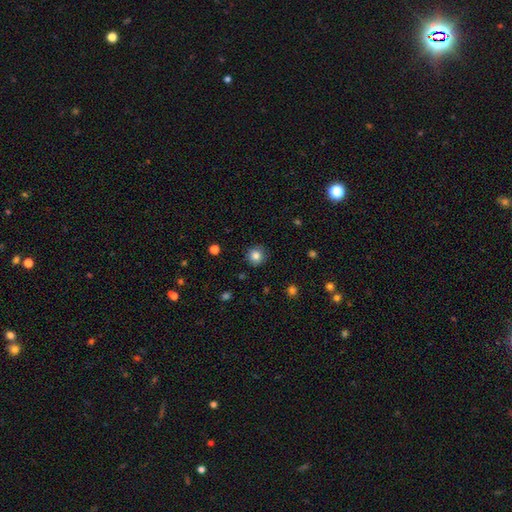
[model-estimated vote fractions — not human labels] Q: Smooth or featured?
A: smooth (84%); runner-up: star or artifact (11%)
Q: How rounded?
A: round (93%); runner-up: in between (6%)
Q: Merging?
A: none (88%); runner-up: minor disturbance (8%)